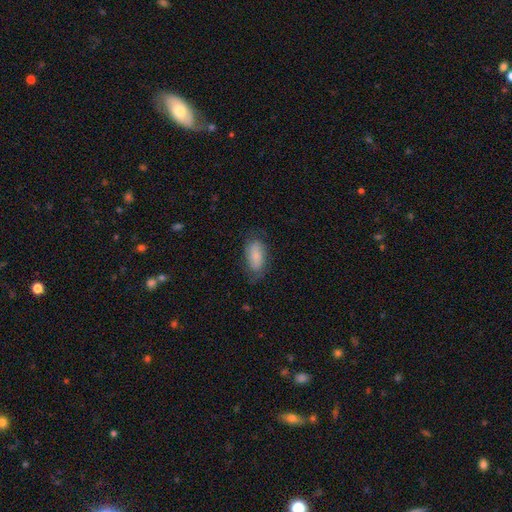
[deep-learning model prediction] Smooth or featured: smooth — 75% (featured or disk — 18%)
How rounded: in between — 91% (cigar-shaped — 6%)
Merging: none — 68% (minor disturbance — 23%)